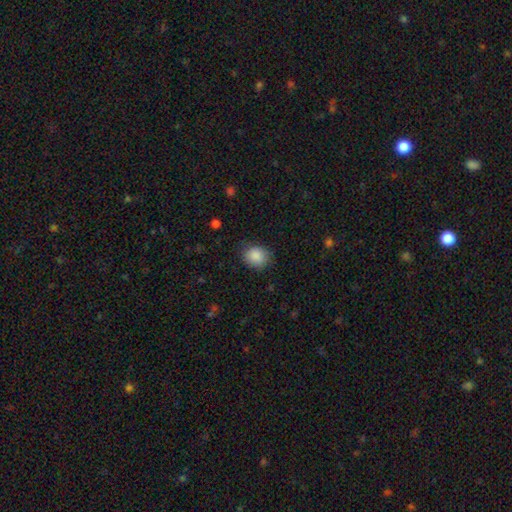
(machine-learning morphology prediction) Q: Smooth or featured?
A: smooth (88%); runner-up: star or artifact (8%)
Q: How rounded?
A: round (69%); runner-up: in between (30%)
Q: Merging?
A: none (80%); runner-up: minor disturbance (15%)